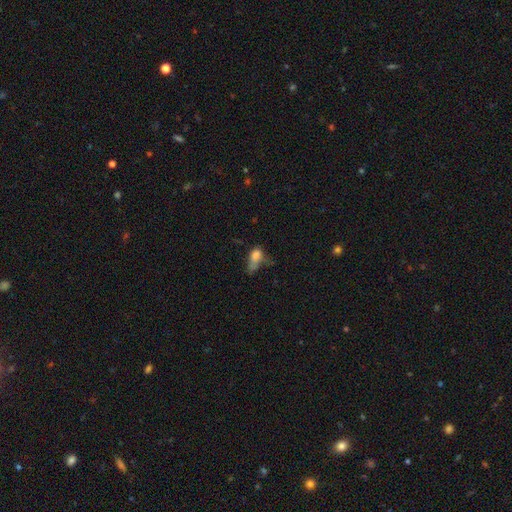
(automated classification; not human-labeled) A smooth galaxy with no disk features (66%) that is in between round and cigar-shaped (81%). Merging: major disturbance (46%).